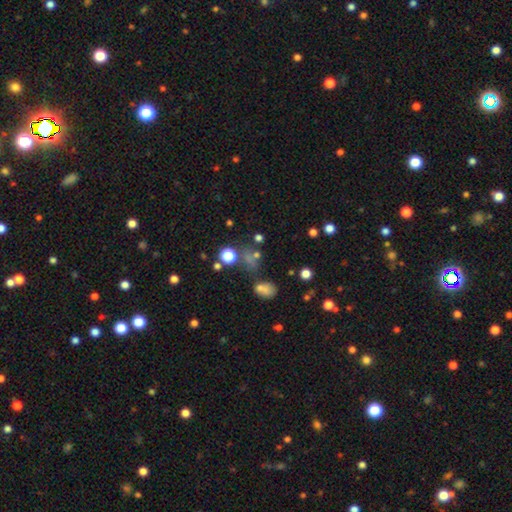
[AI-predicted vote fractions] smooth-or-featured: star or artifact: 45% | smooth: 44% | featured or disk: 12%